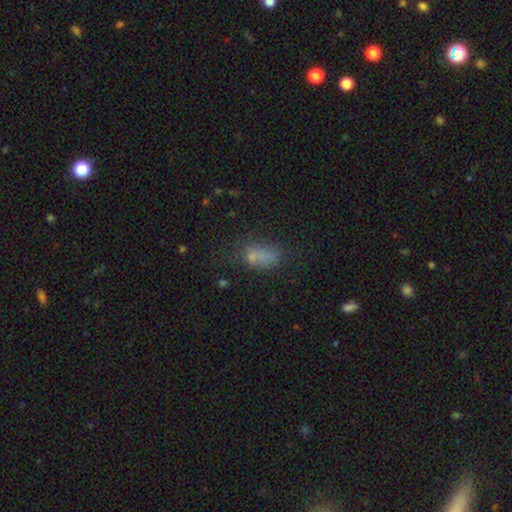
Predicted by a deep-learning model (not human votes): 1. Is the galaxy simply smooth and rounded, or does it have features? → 66% smooth, 19% star or artifact, 15% featured or disk.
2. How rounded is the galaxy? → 80% in between, 12% round, 9% cigar-shaped.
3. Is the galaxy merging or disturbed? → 43% none, 22% minor disturbance, 20% merger, 16% major disturbance.